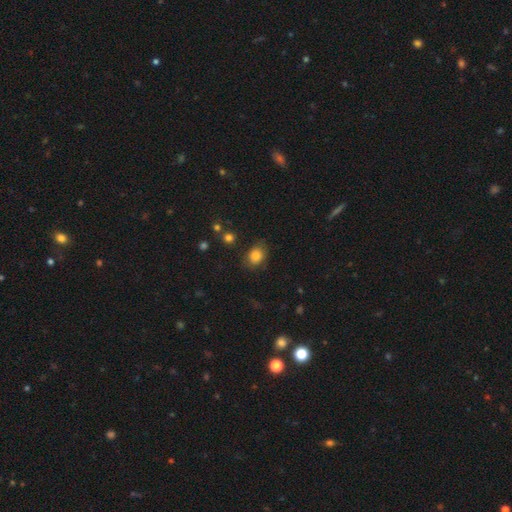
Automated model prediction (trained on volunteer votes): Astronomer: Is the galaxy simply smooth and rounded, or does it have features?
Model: smooth — 82%.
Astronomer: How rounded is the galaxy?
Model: in between — 53% (runner-up: round, 46%).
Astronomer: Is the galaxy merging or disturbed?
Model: none — 76%.